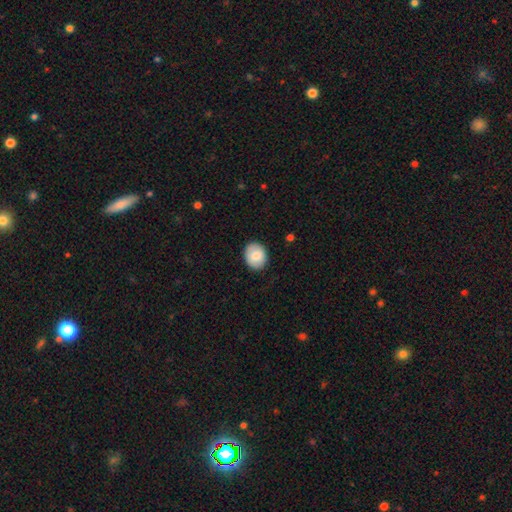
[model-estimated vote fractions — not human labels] Smooth or featured? smooth (81%)
How rounded? in between (53%)
Merging? none (86%)